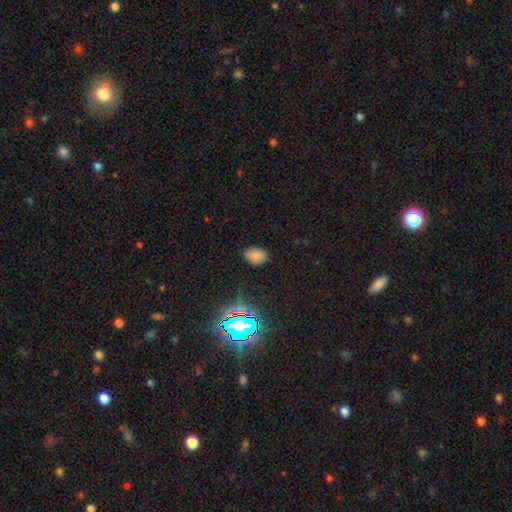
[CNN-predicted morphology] Smooth or featured? smooth (76%)
How rounded? in between (81%)
Merging? none (80%)